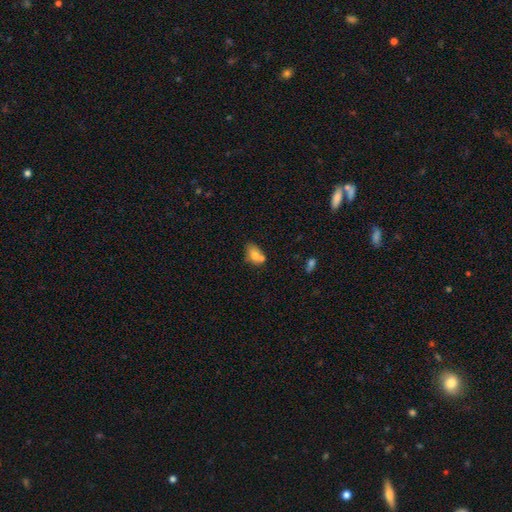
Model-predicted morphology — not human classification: type=smooth (73%); roundness=in between (79%); merging=none (39%).